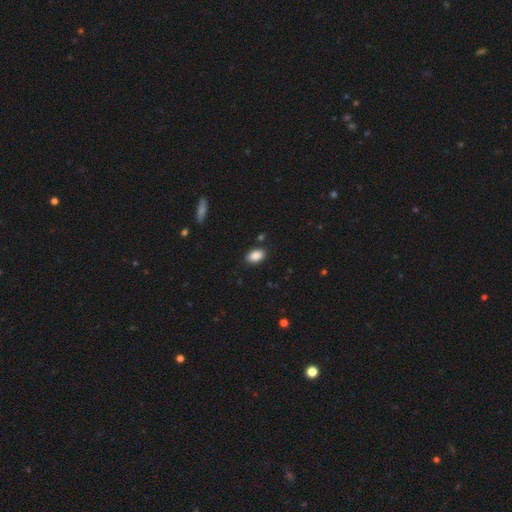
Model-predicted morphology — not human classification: Smooth or featured? Predicted: smooth (p=0.89). How rounded? Predicted: in between (p=0.90). Merging? Predicted: none (p=0.86).